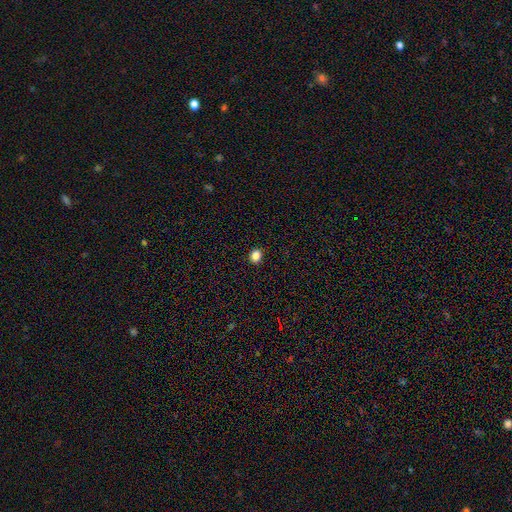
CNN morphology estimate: A smooth galaxy with no disk features (85%) that is round (63%). Merging: none (91%).